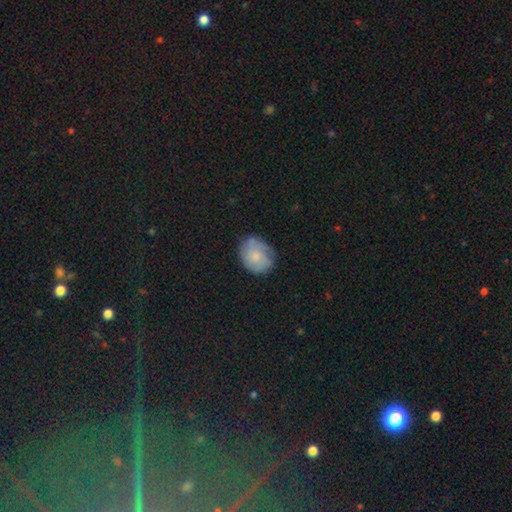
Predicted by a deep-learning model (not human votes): Smooth or featured?
  - smooth: 65% *
  - featured or disk: 28%
  - star or artifact: 7%
How rounded?
  - round: 51% *
  - in between: 48%
  - cigar-shaped: 1%
Merging?
  - none: 67% *
  - minor disturbance: 25%
  - major disturbance: 6%
  - merger: 2%